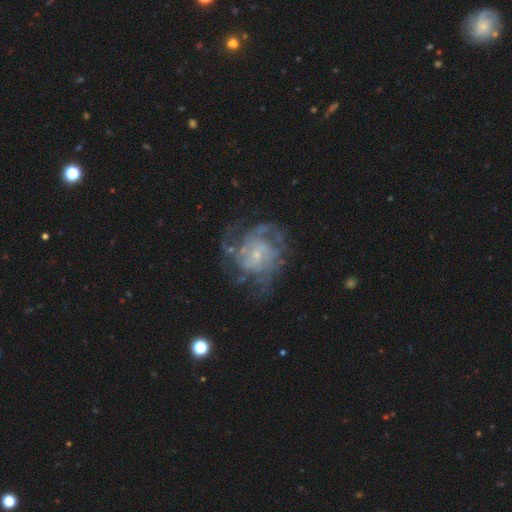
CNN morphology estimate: The model was most divided on "spiral winding": tight: 50%, medium: 38%, loose: 12%. Remaining: edge-on disk — no (98%); spiral arms — yes (89%); smooth or featured — featured or disk (81%); bulge size — small (75%); merging — none (66%); bar — no (65%); spiral arm count — can't tell (40%).